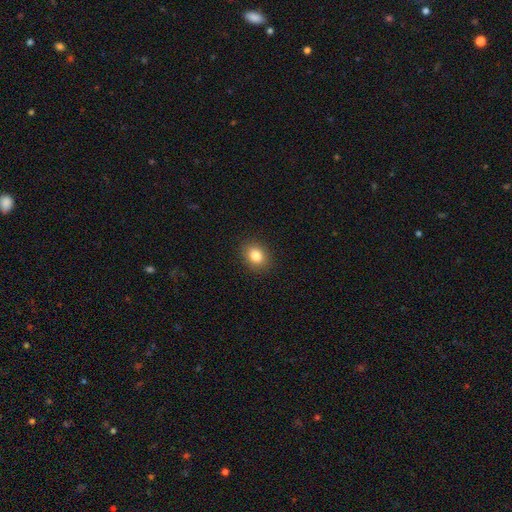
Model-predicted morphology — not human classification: Smooth or featured? Predicted: smooth (p=0.84). How rounded? Predicted: in between (p=0.56). Merging? Predicted: none (p=0.89).